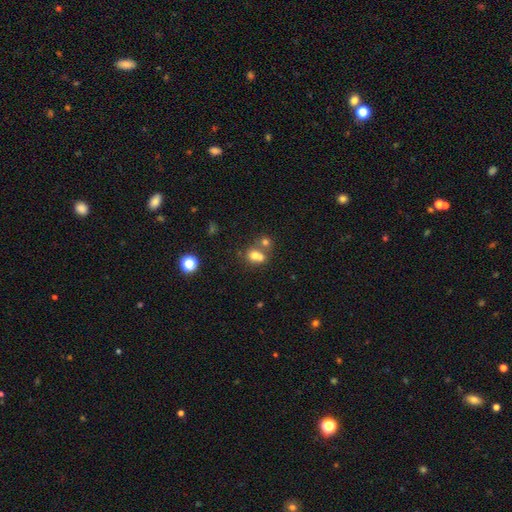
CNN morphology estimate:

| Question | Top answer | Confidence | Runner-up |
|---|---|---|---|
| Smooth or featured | smooth | 70% | featured or disk (16%) |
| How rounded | in between | 50% | round (49%) |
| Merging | merger | 56% | none (31%) |